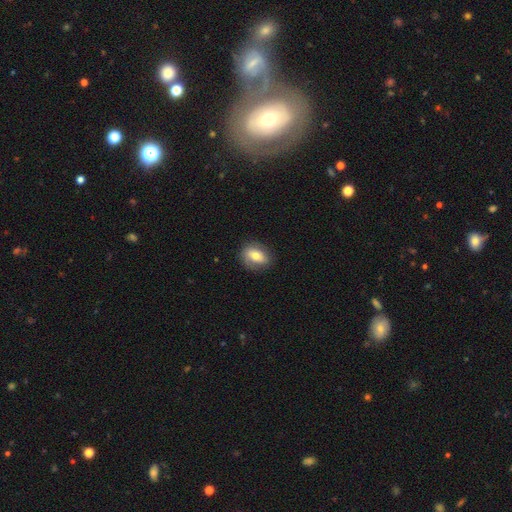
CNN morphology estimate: A smooth galaxy with no disk features (60%) that is in between round and cigar-shaped (67%).

Vote fractions:
- Smooth or featured? smooth: 60% / featured or disk: 32% / star or artifact: 8%
- How rounded? in between: 67% / round: 31% / cigar-shaped: 2%
- Merging? none: 79% / minor disturbance: 16% / major disturbance: 5% / merger: 1%